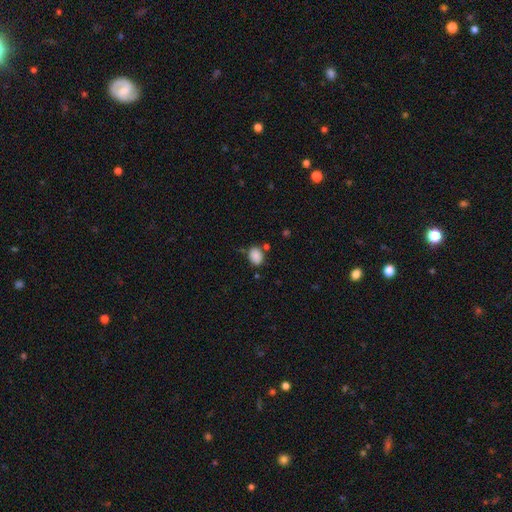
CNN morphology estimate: Overall: smooth (87%). How rounded: in between (65%; round 34%). Merging: none (71%).